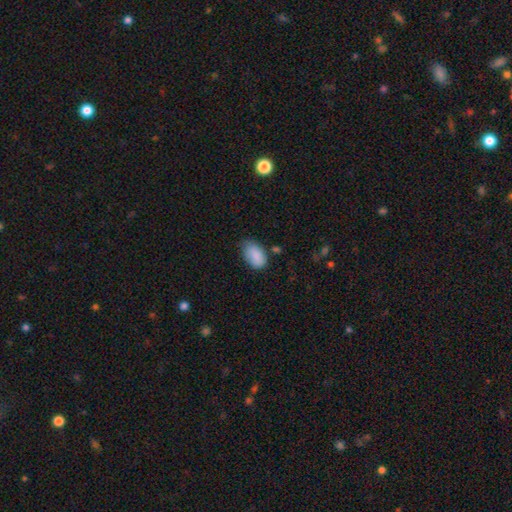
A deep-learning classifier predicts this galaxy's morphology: Overall: smooth (88%). How rounded: in between (92%). Merging: none (61%; minor disturbance 30%).